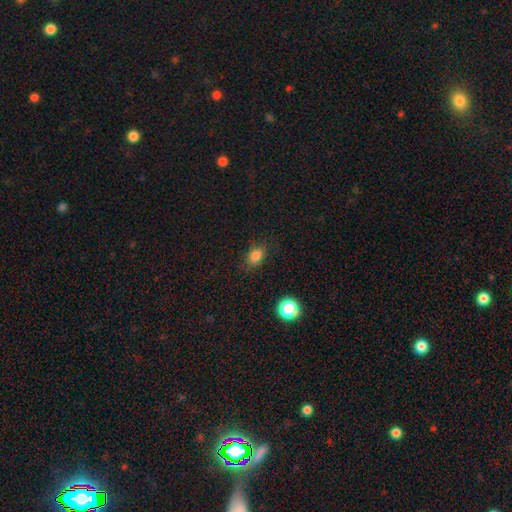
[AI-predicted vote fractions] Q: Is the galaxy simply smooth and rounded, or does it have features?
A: smooth — 82%.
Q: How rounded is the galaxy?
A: in between — 74%.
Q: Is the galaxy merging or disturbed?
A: none — 81%.